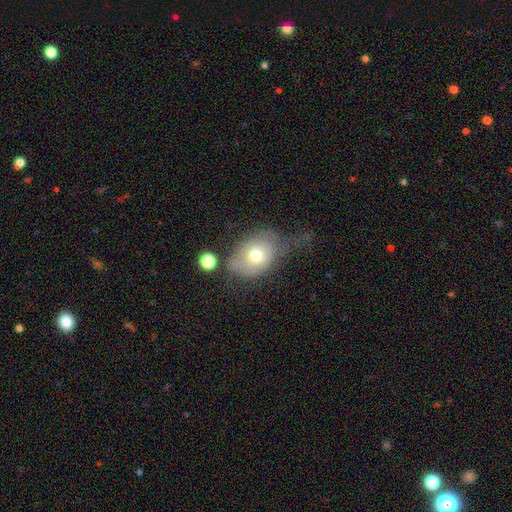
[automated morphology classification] type=smooth (65%); roundness=in between (69%); merging=none (33%, tied with major disturbance).